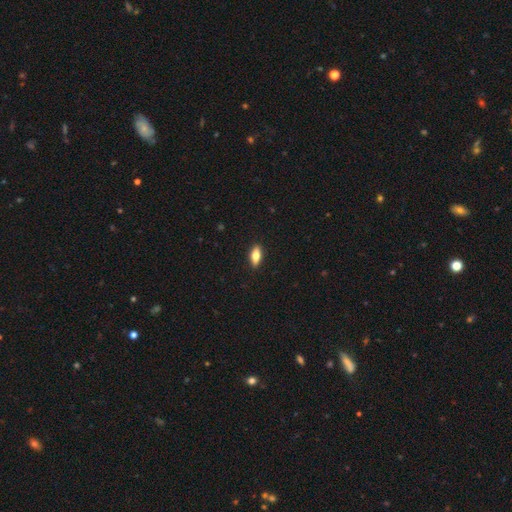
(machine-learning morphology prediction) Overall: smooth (65%; featured or disk 28%). How rounded: in between (75%). Merging: none (90%).